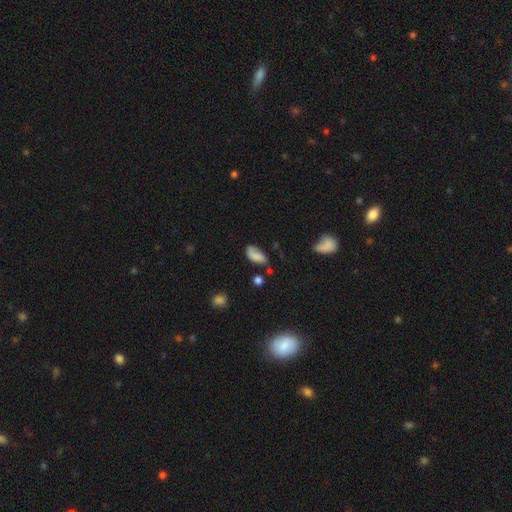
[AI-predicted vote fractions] smooth_or_featured: smooth (p=0.68) [alt: featured or disk p=0.22]
how_rounded: in between (p=0.90) [alt: cigar-shaped p=0.05]
merging: none (p=0.48) [alt: minor disturbance p=0.31]